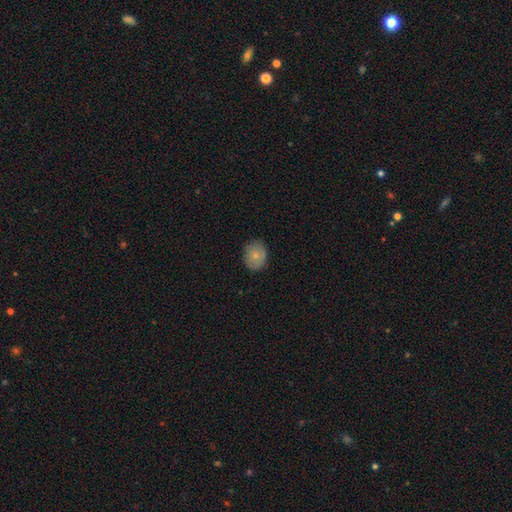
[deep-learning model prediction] The model was most divided on "how rounded": round: 66%, in between: 33%, cigar-shaped: 1%. More confident: merging — none (80%); smooth or featured — smooth (75%).